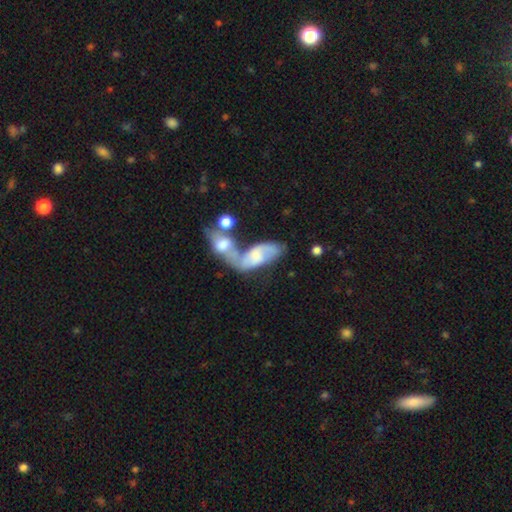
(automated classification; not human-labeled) Q: Smooth or featured?
A: featured or disk (63%); runner-up: smooth (30%)
Q: Edge-on disk?
A: no (91%); runner-up: yes (9%)
Q: Bar?
A: no (53%); runner-up: weak (37%)
Q: Spiral arms?
A: yes (84%); runner-up: no (16%)
Q: Bulge size?
A: small (34%); runner-up: moderate (32%)
Q: Merging?
A: merger (61%); runner-up: none (19%)